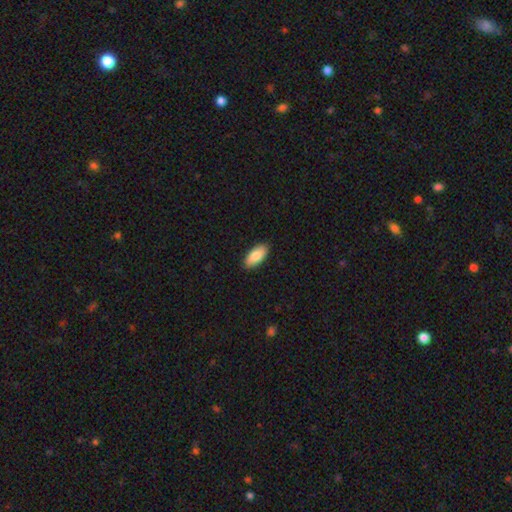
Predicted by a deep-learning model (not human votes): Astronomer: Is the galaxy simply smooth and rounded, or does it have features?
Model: smooth — 85%.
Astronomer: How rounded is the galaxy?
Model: in between — 91%.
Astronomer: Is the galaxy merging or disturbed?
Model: none — 90%.